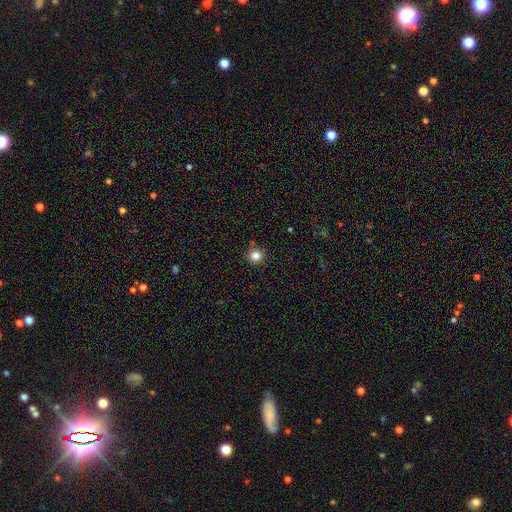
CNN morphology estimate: smooth 83%, star or artifact 12%, featured or disk 5%. Down the decision tree: how rounded — round (94%); merging — none (88%).